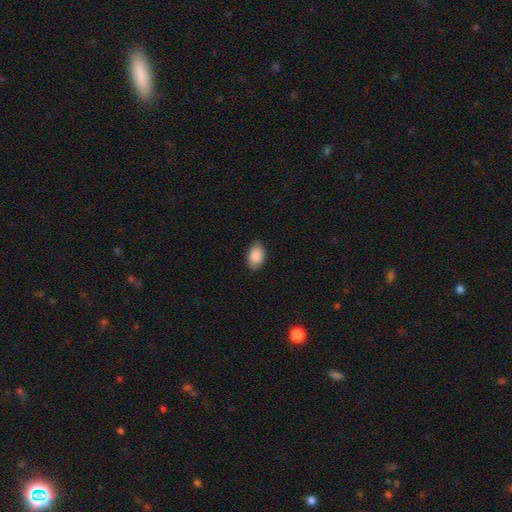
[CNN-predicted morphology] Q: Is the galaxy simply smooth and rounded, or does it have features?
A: smooth — 90%.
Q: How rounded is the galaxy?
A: in between — 88%.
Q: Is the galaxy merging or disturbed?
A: none — 83%.